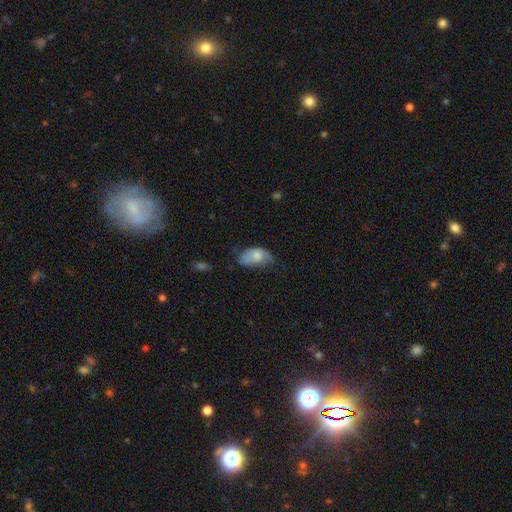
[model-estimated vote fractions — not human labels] Overall: smooth (73%). How rounded: in between (92%). Merging: minor disturbance (41%; none 38%).